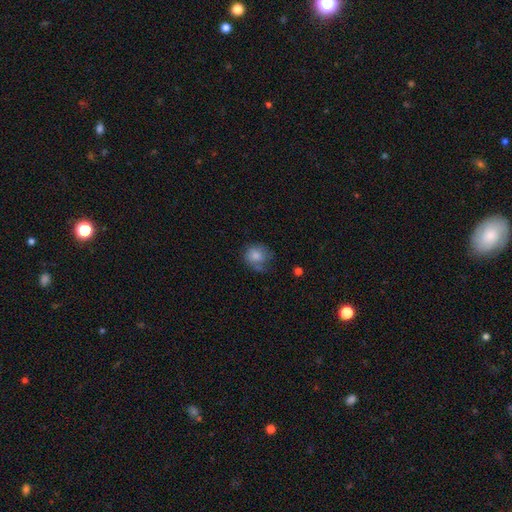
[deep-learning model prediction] Q: Smooth or featured?
A: smooth (75%); runner-up: featured or disk (17%)
Q: How rounded?
A: round (69%); runner-up: in between (30%)
Q: Merging?
A: none (46%); runner-up: minor disturbance (31%)